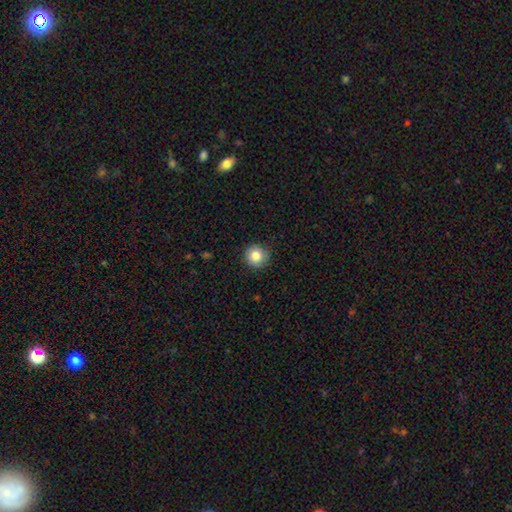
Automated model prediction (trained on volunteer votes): A smooth galaxy with no disk features (85%) that is round (94%). Merging: none (90%).